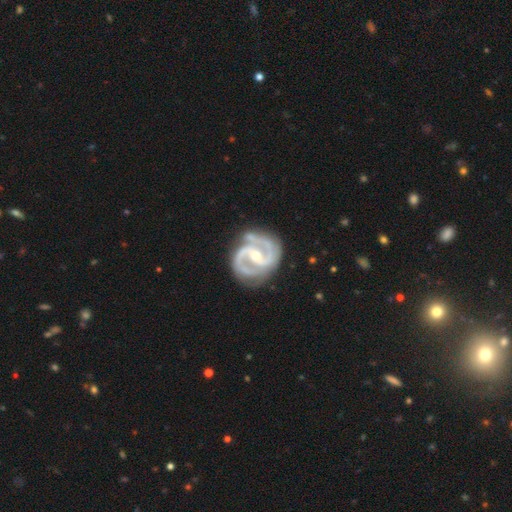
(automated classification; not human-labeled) The model was most divided on "bulge size": small: 53%, moderate: 44%, large: 1%, none: 1%, dominant: 1%. Remaining: spiral arms — yes (98%); edge-on disk — no (98%); smooth or featured — featured or disk (93%); spiral arm count — 2 (89%); merging — none (76%); spiral winding — medium (58%); bar — strong (45%).